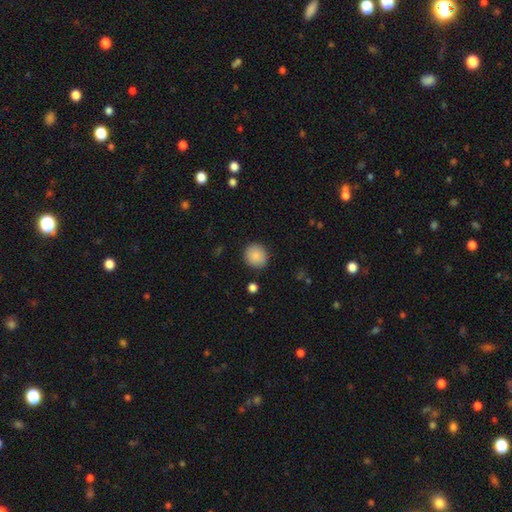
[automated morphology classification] smooth 88%, star or artifact 8%, featured or disk 4%. Down the decision tree: how rounded — round (88%); merging — none (89%).